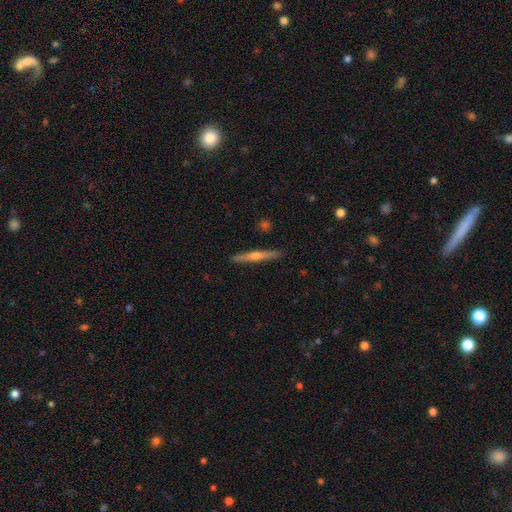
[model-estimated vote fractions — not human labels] Q: Smooth or featured?
A: featured or disk (68%); runner-up: smooth (26%)
Q: Edge-on disk?
A: yes (98%); runner-up: no (2%)
Q: Edge-on bulge?
A: rounded (83%); runner-up: none (13%)
Q: Merging?
A: none (91%); runner-up: minor disturbance (7%)